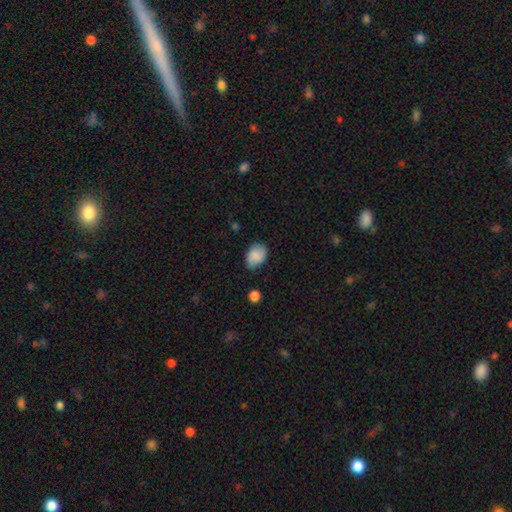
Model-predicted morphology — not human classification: The model was most divided on "how rounded": in between: 71%, round: 28%, cigar-shaped: 1%. More confident: smooth or featured — smooth (80%); merging — none (72%).